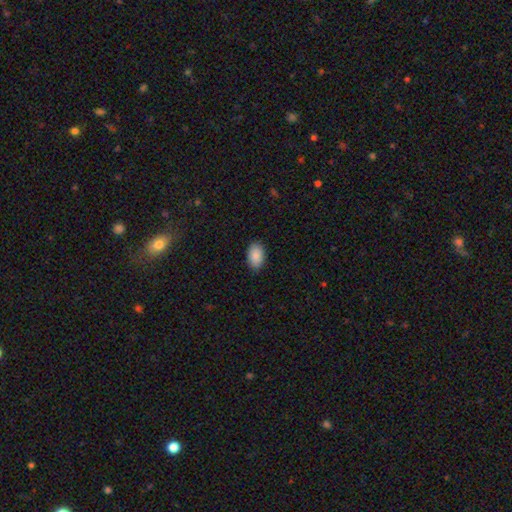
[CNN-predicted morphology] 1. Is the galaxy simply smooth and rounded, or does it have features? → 89% smooth, 7% star or artifact, 4% featured or disk.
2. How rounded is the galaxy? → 92% in between, 7% round, 1% cigar-shaped.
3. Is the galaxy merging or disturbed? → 88% none, 9% minor disturbance, 2% major disturbance, 1% merger.